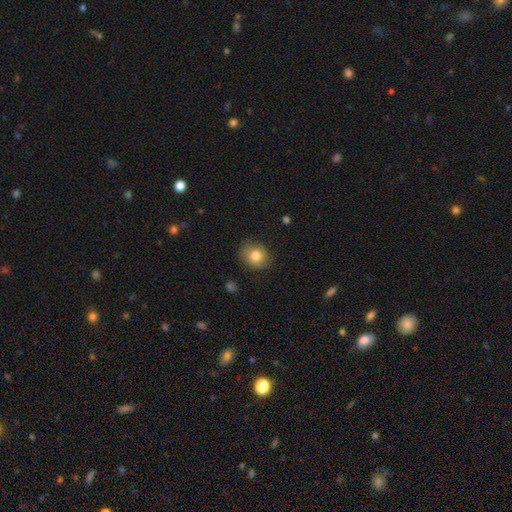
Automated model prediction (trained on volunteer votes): Smooth or featured?
  - smooth: 80% *
  - featured or disk: 11%
  - star or artifact: 9%
How rounded?
  - round: 59% *
  - in between: 40%
  - cigar-shaped: 1%
Merging?
  - none: 77% *
  - minor disturbance: 18%
  - major disturbance: 4%
  - merger: 1%